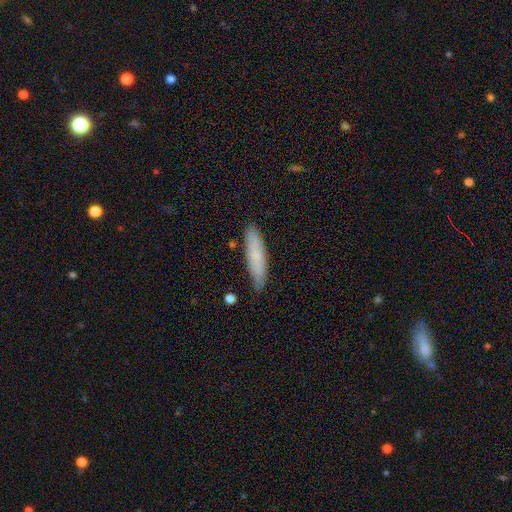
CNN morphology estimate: Smooth or featured: smooth — 73% (featured or disk — 21%)
How rounded: cigar-shaped — 79% (in between — 20%)
Merging: none — 84% (minor disturbance — 12%)